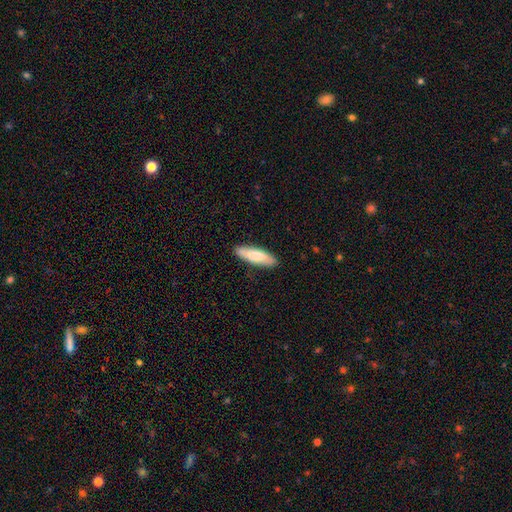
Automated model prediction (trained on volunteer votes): Morphology: type=smooth (76%); roundness=cigar-shaped (60%); merging=none (88%).